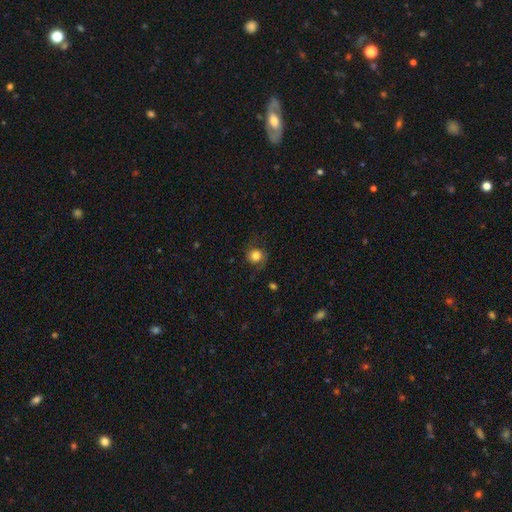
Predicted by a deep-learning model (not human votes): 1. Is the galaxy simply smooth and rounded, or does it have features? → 72% smooth, 18% featured or disk, 10% star or artifact.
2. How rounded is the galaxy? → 87% round, 12% in between, 1% cigar-shaped.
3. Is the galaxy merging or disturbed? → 71% none, 18% minor disturbance, 9% major disturbance, 1% merger.